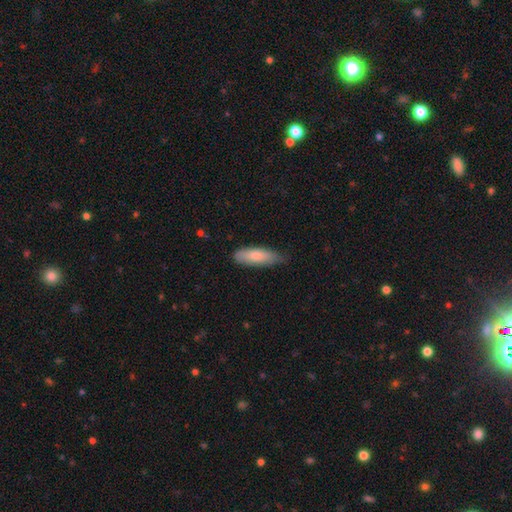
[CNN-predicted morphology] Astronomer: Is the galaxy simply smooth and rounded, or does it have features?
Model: smooth — 81%.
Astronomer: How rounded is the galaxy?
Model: in between — 54% (runner-up: cigar-shaped, 45%).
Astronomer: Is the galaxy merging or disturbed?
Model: none — 67%.